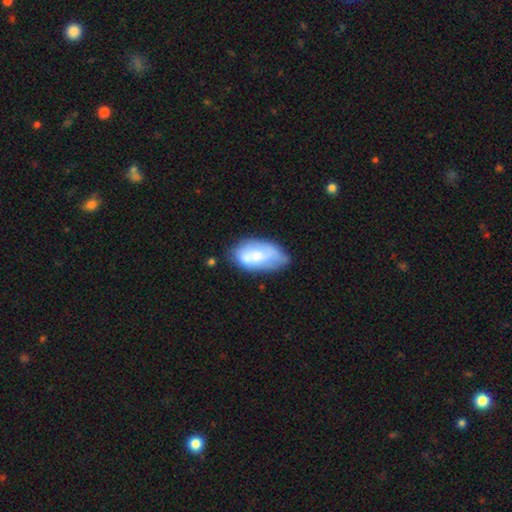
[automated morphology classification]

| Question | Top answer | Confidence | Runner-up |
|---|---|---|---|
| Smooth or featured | smooth | 67% | featured or disk (25%) |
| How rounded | in between | 94% | round (4%) |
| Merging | none | 49% | minor disturbance (33%) |